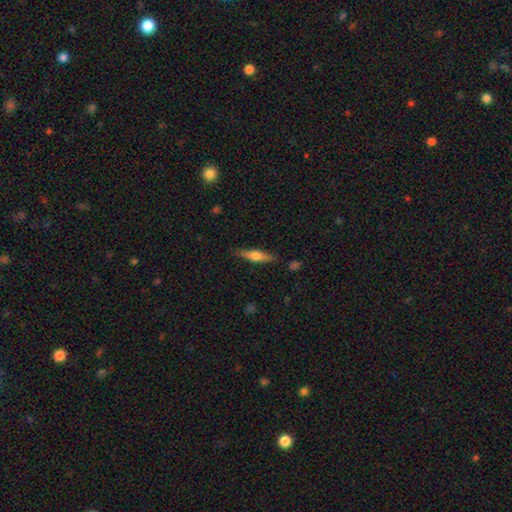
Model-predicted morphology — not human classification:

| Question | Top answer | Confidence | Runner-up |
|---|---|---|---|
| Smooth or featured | smooth | 49% | featured or disk (44%) |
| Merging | none | 85% | minor disturbance (11%) |